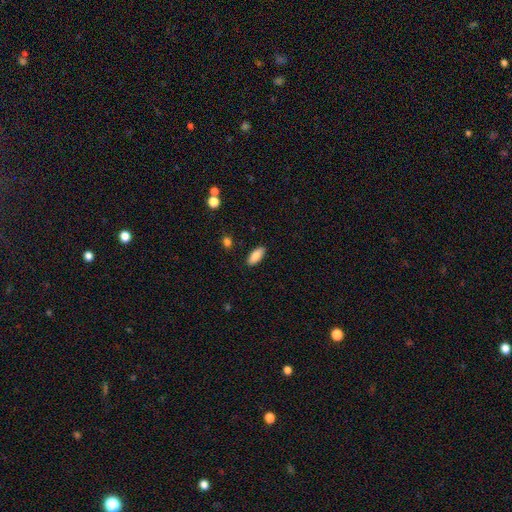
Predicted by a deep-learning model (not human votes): A smooth galaxy with no disk features (86%) that is in between round and cigar-shaped (84%).

Vote fractions:
- Smooth or featured? smooth: 86% / featured or disk: 8% / star or artifact: 7%
- How rounded? in between: 84% / cigar-shaped: 14% / round: 2%
- Merging? none: 88% / minor disturbance: 9% / major disturbance: 2% / merger: 1%